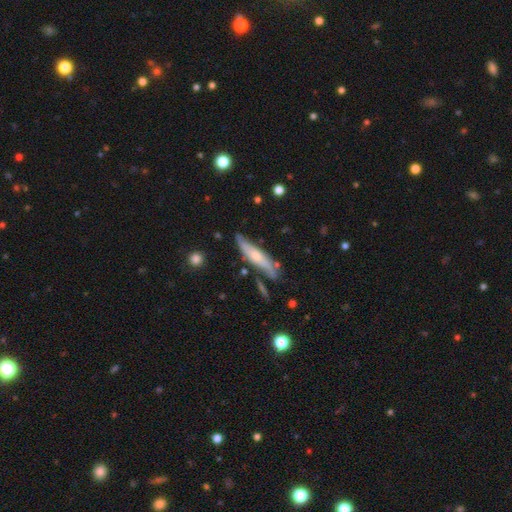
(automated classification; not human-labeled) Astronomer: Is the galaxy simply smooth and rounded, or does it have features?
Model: featured or disk — 52% (runner-up: smooth, 41%).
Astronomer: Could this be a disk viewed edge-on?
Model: yes — 72%.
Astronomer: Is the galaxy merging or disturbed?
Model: none — 67%.